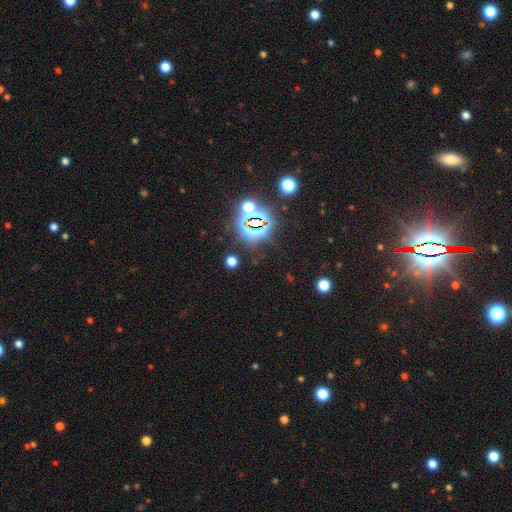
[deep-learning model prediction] Overall: star or artifact (80%).